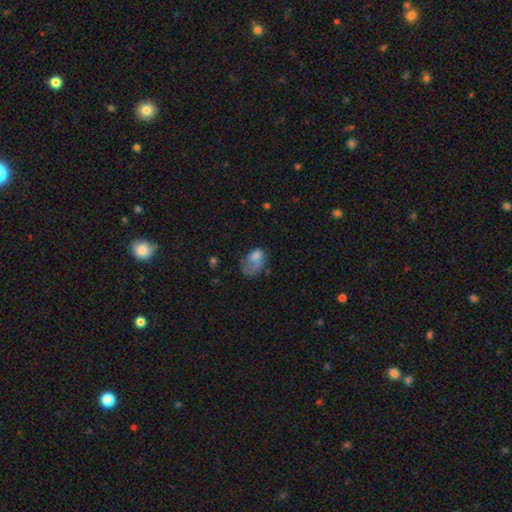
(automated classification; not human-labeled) Smooth or featured? smooth (68%)
How rounded? in between (84%)
Merging? major disturbance (47%)